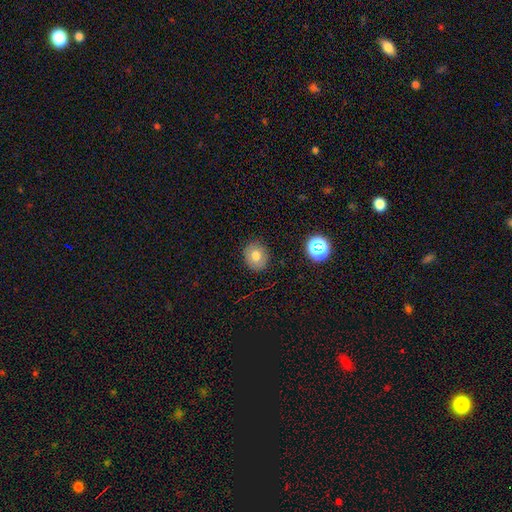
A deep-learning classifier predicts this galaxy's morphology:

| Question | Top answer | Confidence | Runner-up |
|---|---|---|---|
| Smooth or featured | smooth | 74% | featured or disk (14%) |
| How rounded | round | 72% | in between (27%) |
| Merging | none | 87% | minor disturbance (9%) |